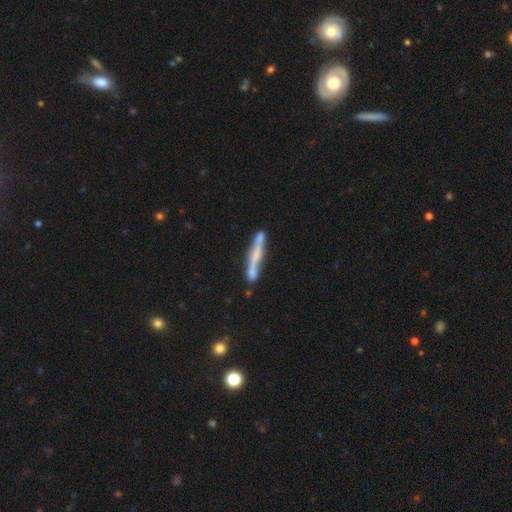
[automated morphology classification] A featured or disk galaxy (52%) viewed edge-on (87%).

Vote fractions:
- Smooth or featured? featured or disk: 52% / smooth: 42% / star or artifact: 6%
- Edge-on disk? yes: 87% / no: 13%
- Merging? none: 66% / minor disturbance: 18% / merger: 11% / major disturbance: 5%